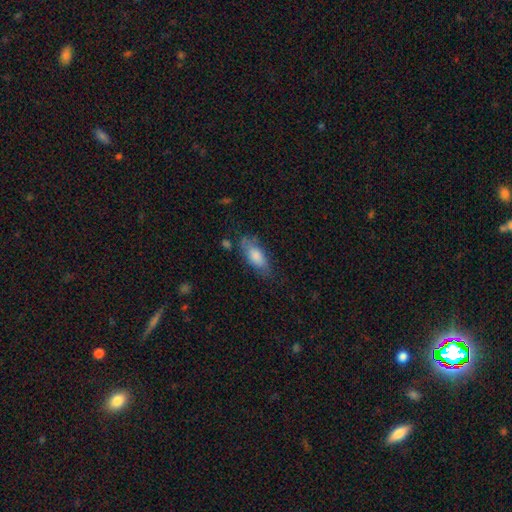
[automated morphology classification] The model was most divided on "merging": none: 66%, minor disturbance: 23%, major disturbance: 7%, merger: 4%. More confident: how rounded — in between (78%); smooth or featured — smooth (72%).